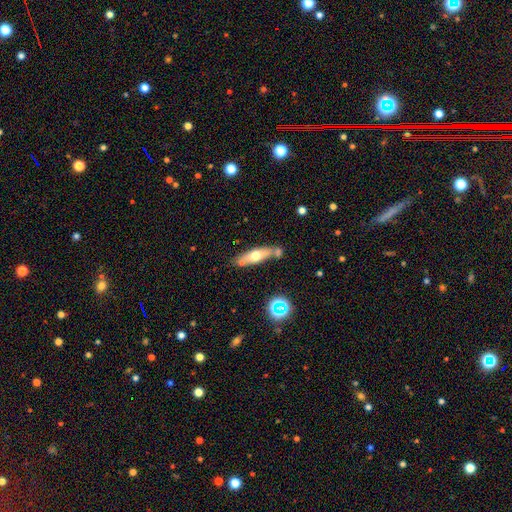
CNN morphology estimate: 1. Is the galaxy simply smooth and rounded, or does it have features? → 50% smooth, 42% featured or disk, 8% star or artifact.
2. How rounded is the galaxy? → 57% cigar-shaped, 40% in between, 3% round.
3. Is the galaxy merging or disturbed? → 60% none, 19% merger, 17% minor disturbance, 4% major disturbance.